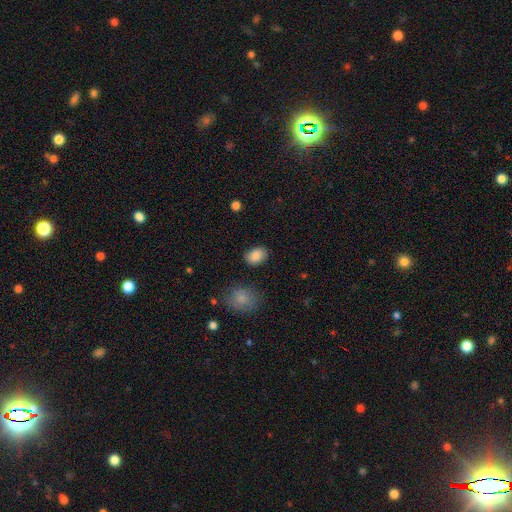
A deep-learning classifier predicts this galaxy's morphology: Smooth or featured: smooth — 87% (star or artifact — 8%)
How rounded: in between — 76% (round — 23%)
Merging: none — 84% (minor disturbance — 12%)